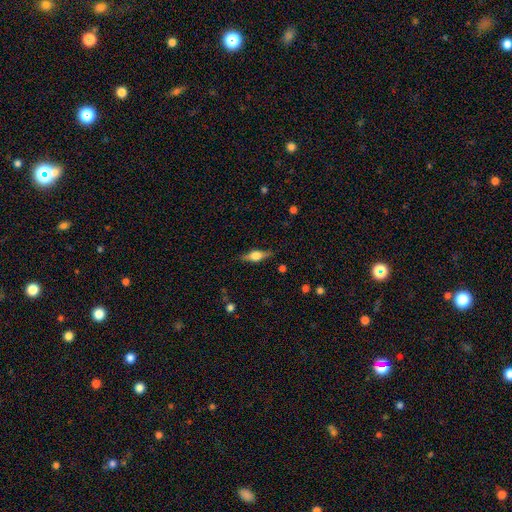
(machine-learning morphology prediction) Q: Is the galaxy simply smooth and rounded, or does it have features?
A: featured or disk — 65%.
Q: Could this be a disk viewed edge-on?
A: yes — 96%.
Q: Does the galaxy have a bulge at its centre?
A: rounded — 89%.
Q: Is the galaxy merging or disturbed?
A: none — 86%.